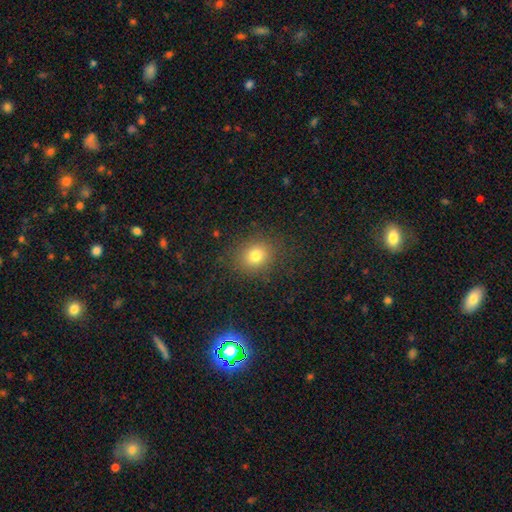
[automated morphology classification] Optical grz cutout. It shows a smooth galaxy with no disk features (78%) that is round (70%). Merging: none (86%).